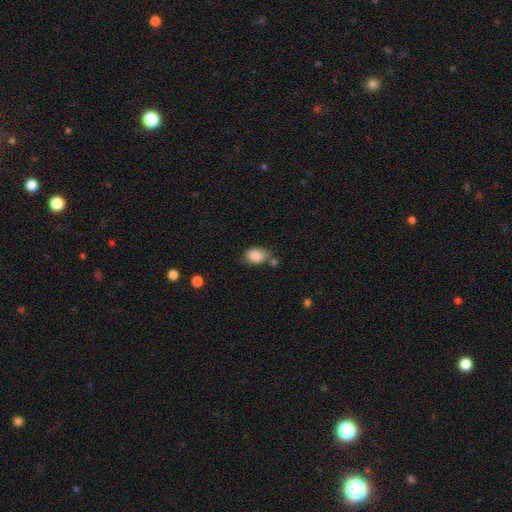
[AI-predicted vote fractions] The model was most divided on "merging": none: 57%, minor disturbance: 21%, merger: 15%, major disturbance: 6%. More confident: smooth or featured — smooth (86%); how rounded — in between (81%).